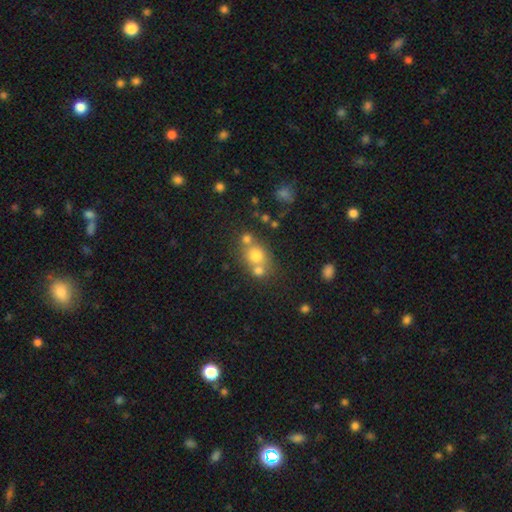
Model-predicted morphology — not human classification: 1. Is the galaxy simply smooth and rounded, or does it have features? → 71% smooth, 14% star or artifact, 14% featured or disk.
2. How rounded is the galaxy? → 69% round, 30% in between, 1% cigar-shaped.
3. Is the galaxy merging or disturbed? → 47% none, 40% merger, 9% minor disturbance, 4% major disturbance.